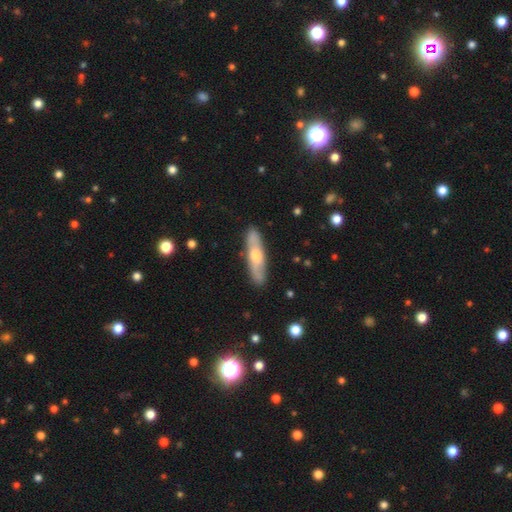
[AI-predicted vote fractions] This is possibly a featured or disk galaxy (49%). Merging: clearly none (87%).